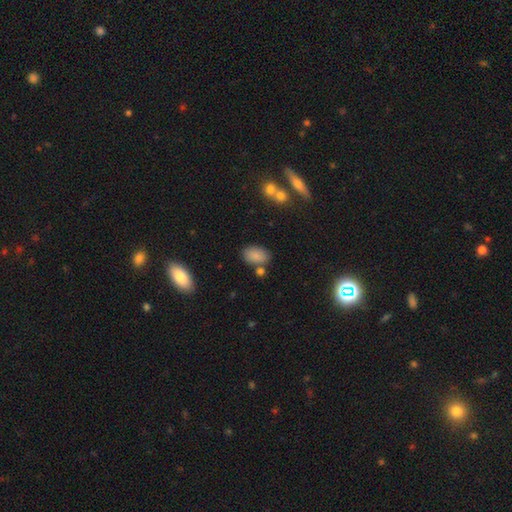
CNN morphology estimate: The model was most divided on "merging": none: 73%, minor disturbance: 14%, merger: 10%, major disturbance: 4%. More confident: how rounded — in between (90%); smooth or featured — smooth (84%).